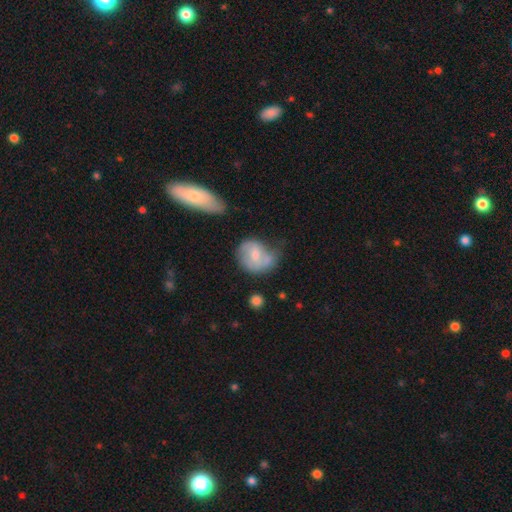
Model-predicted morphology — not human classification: A smooth galaxy with no disk features (50%) that is round (60%). Merging: none (38%).